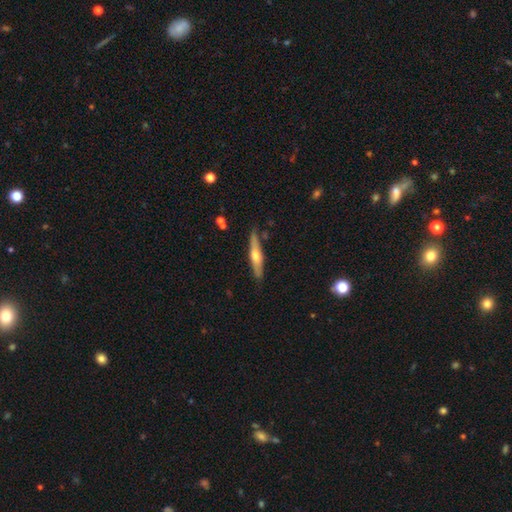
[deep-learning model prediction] This appears to be a featured or disk galaxy (56%) viewed edge-on (92%) with a rounded central bulge (87%). Merging: none (83%).